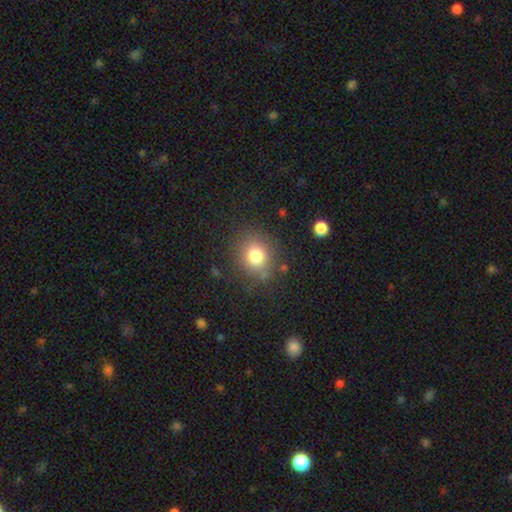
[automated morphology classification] smooth 79%, star or artifact 13%, featured or disk 8%. Down the decision tree: how rounded — round (76%); merging — none (82%).